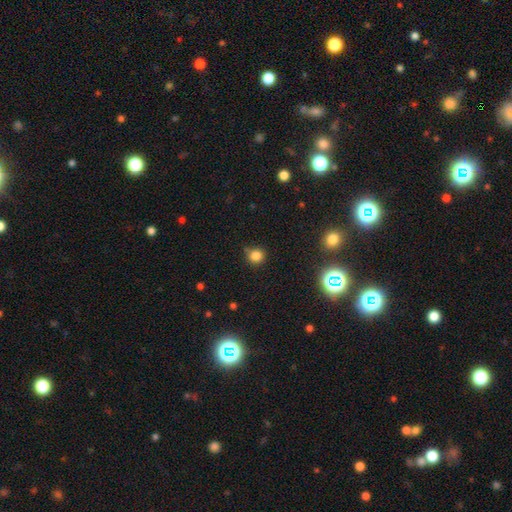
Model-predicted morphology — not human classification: Overall: smooth (80%). How rounded: round (90%). Merging: none (78%).